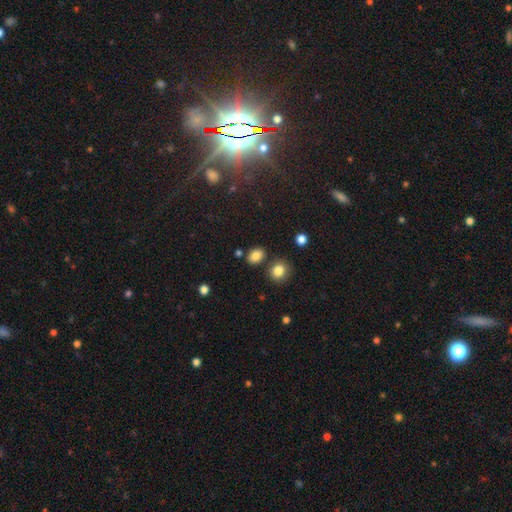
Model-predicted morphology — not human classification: This is clearly a smooth galaxy (83%). How rounded: likely in between (68%). Merging: likely none (79%).